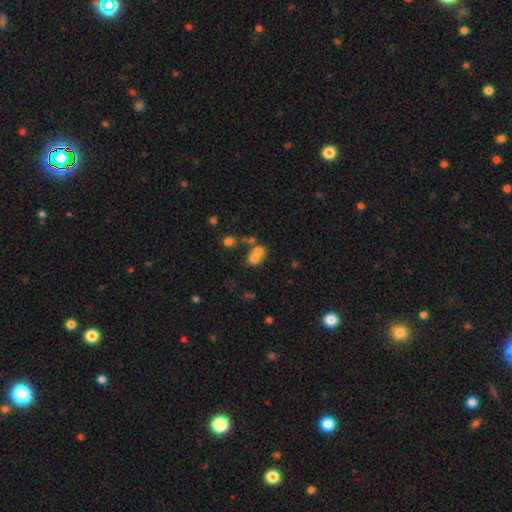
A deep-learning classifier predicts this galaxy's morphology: Smooth or featured? smooth (68%)
How rounded? round (54%)
Merging? merger (57%)